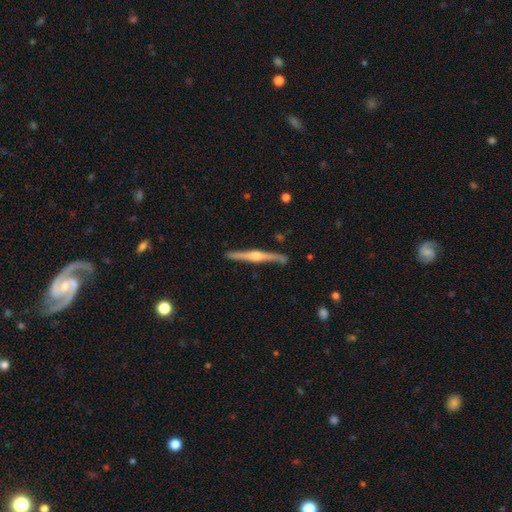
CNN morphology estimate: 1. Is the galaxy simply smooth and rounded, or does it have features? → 82% featured or disk, 13% smooth, 5% star or artifact.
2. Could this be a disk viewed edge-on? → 98% yes, 2% no.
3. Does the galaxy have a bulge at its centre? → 89% rounded, 7% boxy, 5% none.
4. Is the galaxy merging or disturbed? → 87% none, 10% minor disturbance, 2% major disturbance, 2% merger.